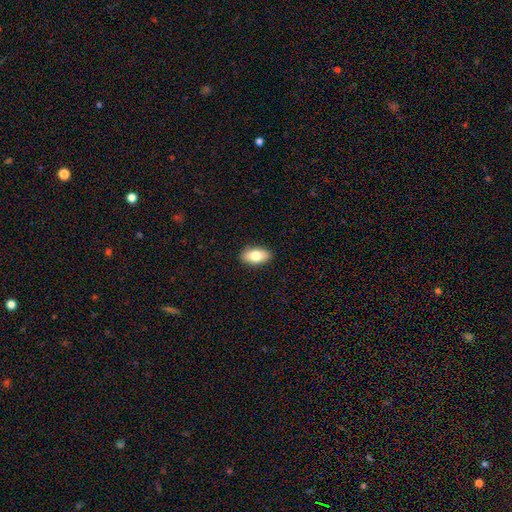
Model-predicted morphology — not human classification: smooth-or-featured: smooth: 78% | featured or disk: 15% | star or artifact: 7%
  how-rounded: in between: 91% | round: 5% | cigar-shaped: 4%
  merging: none: 90% | minor disturbance: 7% | major disturbance: 2% | merger: 1%